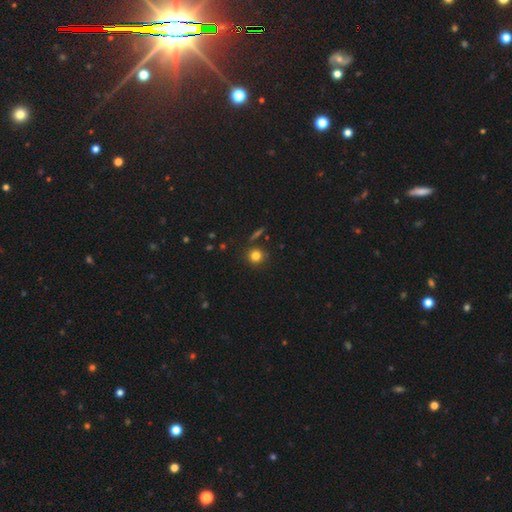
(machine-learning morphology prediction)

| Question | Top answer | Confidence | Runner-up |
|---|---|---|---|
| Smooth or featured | smooth | 81% | star or artifact (13%) |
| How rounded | round | 90% | in between (8%) |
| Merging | none | 85% | minor disturbance (8%) |